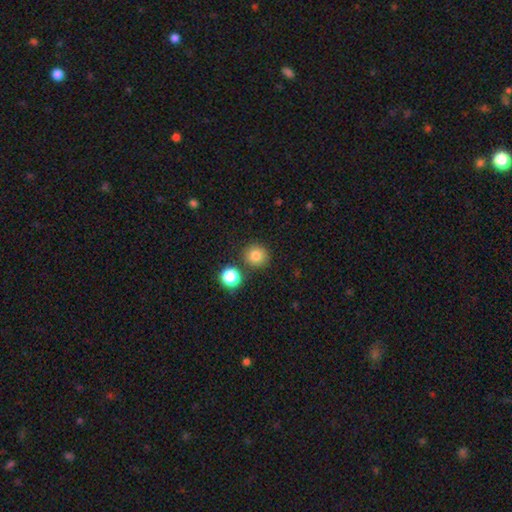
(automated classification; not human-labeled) Smooth or featured?
  - smooth: 81% *
  - star or artifact: 13%
  - featured or disk: 6%
How rounded?
  - round: 91% *
  - in between: 9%
  - cigar-shaped: 1%
Merging?
  - none: 83% *
  - minor disturbance: 8%
  - merger: 7%
  - major disturbance: 2%